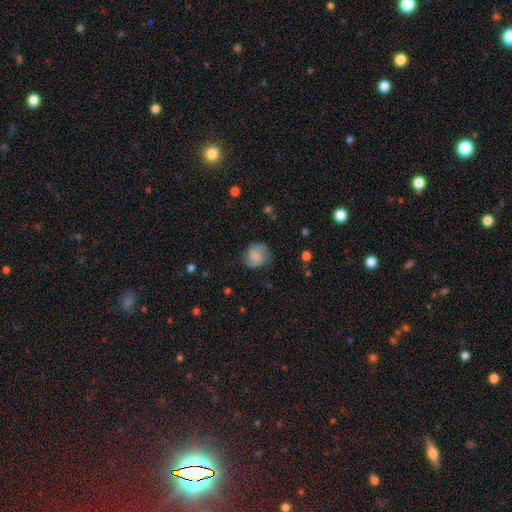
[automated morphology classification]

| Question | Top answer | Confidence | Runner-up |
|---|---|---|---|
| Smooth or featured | smooth | 51% | featured or disk (40%) |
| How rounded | round | 79% | in between (20%) |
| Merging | none | 73% | minor disturbance (18%) |